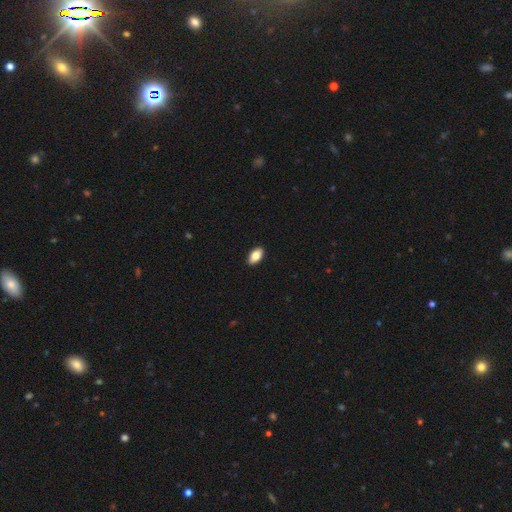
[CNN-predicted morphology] Smooth or featured? smooth (83%)
How rounded? in between (92%)
Merging? none (91%)